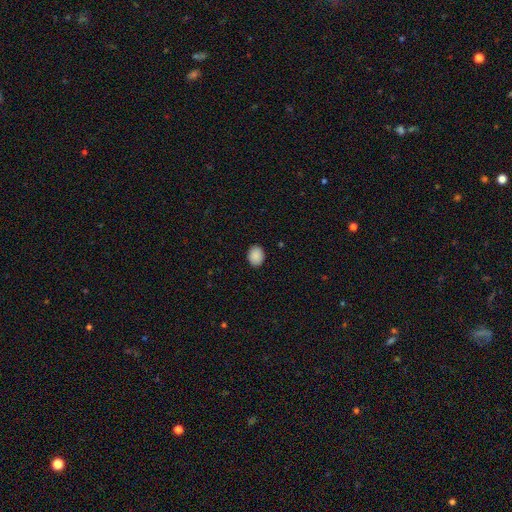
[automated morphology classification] Smooth or featured? smooth (90%)
How rounded? in between (60%)
Merging? none (90%)